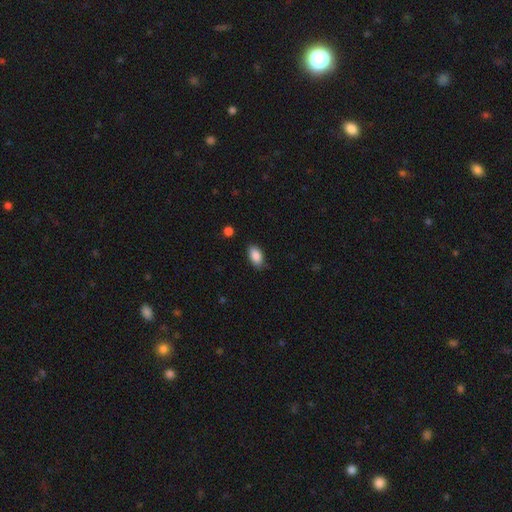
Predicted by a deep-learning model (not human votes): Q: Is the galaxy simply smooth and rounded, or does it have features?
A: smooth — 88%.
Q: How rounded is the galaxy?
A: in between — 93%.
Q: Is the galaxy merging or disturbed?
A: none — 83%.